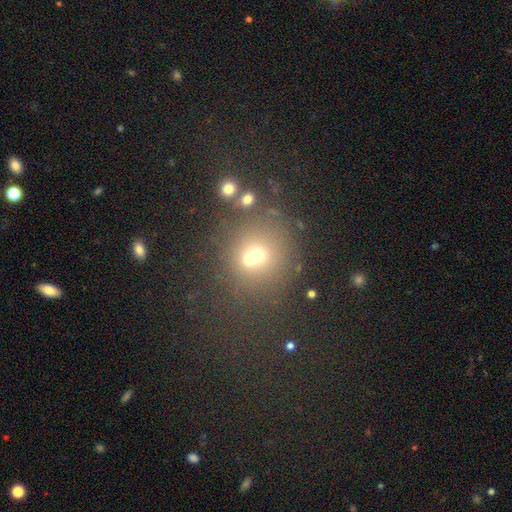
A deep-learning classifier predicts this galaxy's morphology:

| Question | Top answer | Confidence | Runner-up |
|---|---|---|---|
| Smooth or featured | smooth | 58% | star or artifact (24%) |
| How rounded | round | 86% | in between (13%) |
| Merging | none | 50% | merger (37%) |